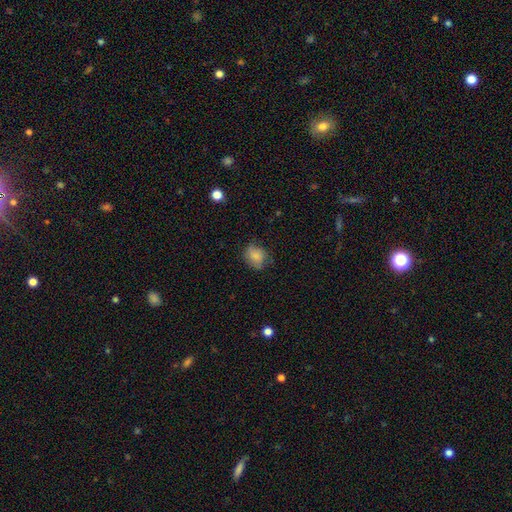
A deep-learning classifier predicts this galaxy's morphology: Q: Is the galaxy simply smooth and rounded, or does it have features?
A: smooth — 81%.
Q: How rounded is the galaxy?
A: round — 54%.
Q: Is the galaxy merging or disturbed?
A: none — 66%.